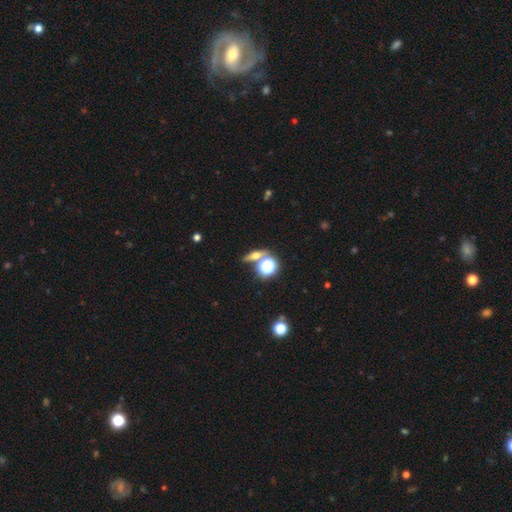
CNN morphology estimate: This appears to be a featured or disk galaxy (41%). Merging: none (76%).